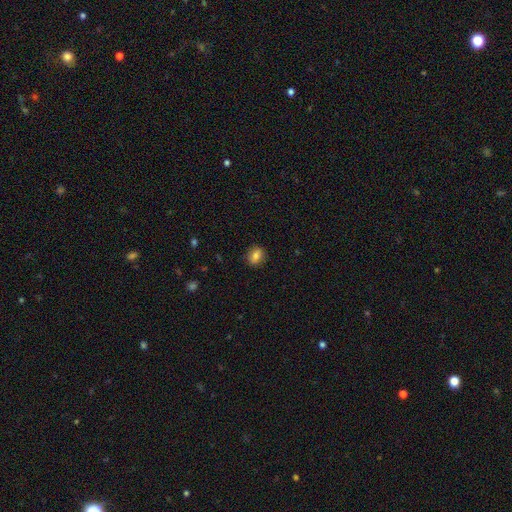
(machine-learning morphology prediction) Smooth or featured? smooth (77%)
How rounded? in between (50%)
Merging? none (87%)